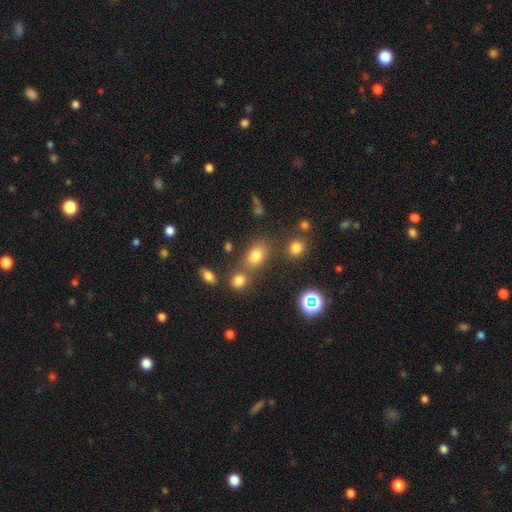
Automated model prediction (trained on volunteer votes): Smooth or featured: smooth — 76% (star or artifact — 15%)
How rounded: in between — 72% (round — 26%)
Merging: none — 64% (merger — 19%)